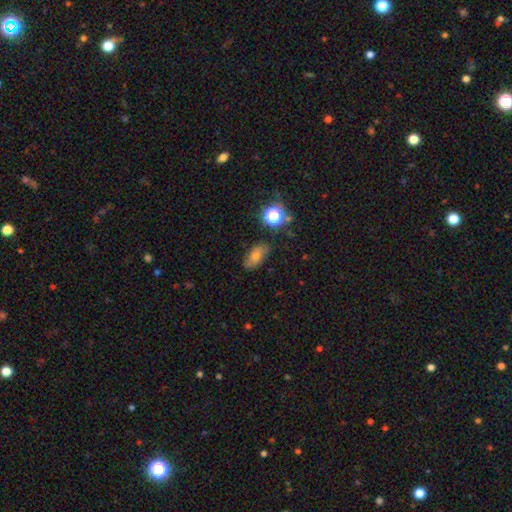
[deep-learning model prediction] Overall: smooth (63%). How rounded: in between (81%). Merging: none (80%).